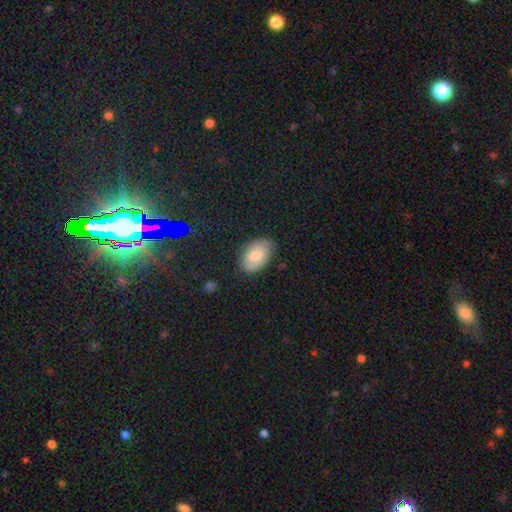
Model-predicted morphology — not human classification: Smooth or featured?
  - smooth: 75% *
  - featured or disk: 18%
  - star or artifact: 8%
How rounded?
  - in between: 90% *
  - round: 9%
  - cigar-shaped: 1%
Merging?
  - none: 77% *
  - minor disturbance: 18%
  - major disturbance: 3%
  - merger: 1%